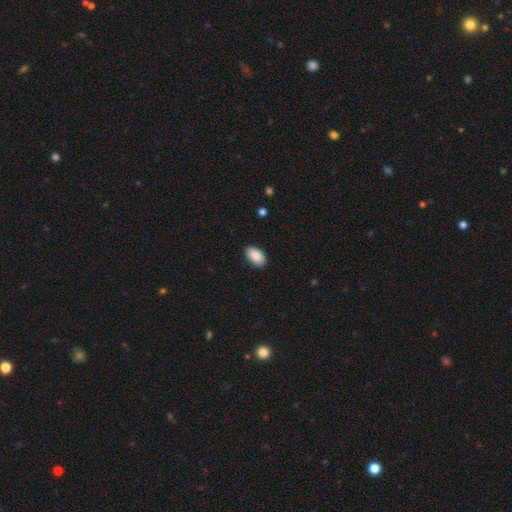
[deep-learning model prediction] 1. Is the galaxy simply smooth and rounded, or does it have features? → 91% smooth, 6% star or artifact, 3% featured or disk.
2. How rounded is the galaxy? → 94% in between, 5% round, 1% cigar-shaped.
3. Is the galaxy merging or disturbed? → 88% none, 9% minor disturbance, 2% major disturbance, 1% merger.